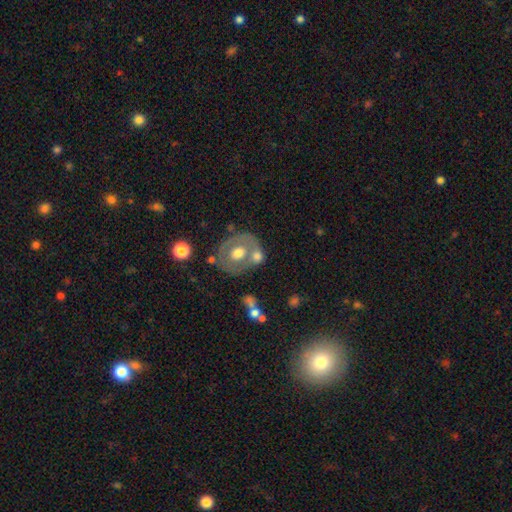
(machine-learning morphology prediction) type=featured or disk (49%); merging=none (57%).